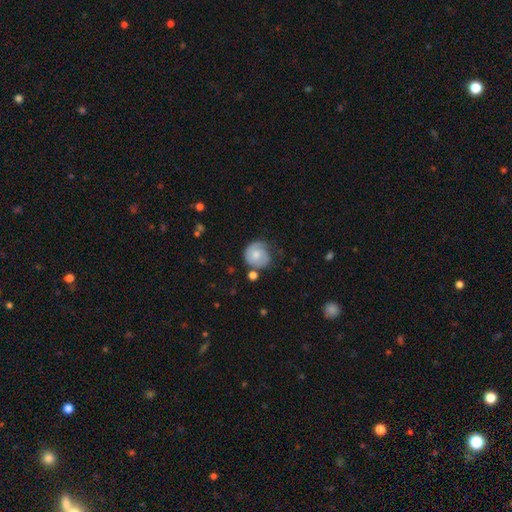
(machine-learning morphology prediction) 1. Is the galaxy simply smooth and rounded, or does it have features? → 52% featured or disk, 41% smooth, 7% star or artifact.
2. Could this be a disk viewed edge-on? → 98% no, 2% yes.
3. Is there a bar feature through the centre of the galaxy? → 75% no, 22% weak, 3% strong.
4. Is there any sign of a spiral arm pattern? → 84% yes, 16% no.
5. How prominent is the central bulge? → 52% moderate, 37% small, 6% none, 5% large, 1% dominant.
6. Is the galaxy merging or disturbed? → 60% none, 25% minor disturbance, 10% major disturbance, 5% merger.